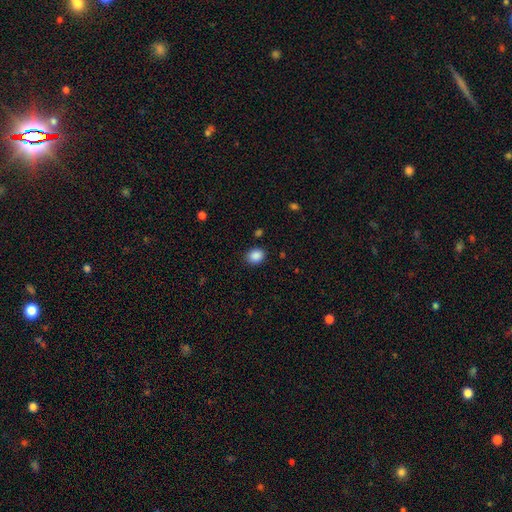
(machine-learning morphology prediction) This is clearly a smooth galaxy (88%). How rounded: possibly round (56%). Merging: clearly none (87%).